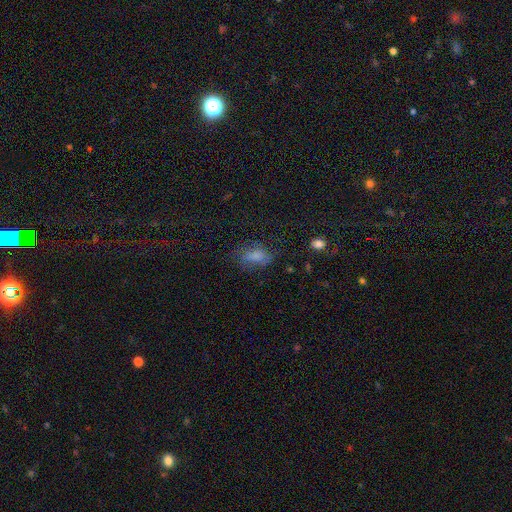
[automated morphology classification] Smooth or featured? Predicted: smooth (p=0.69). How rounded? Predicted: in between (p=0.84). Merging? Predicted: none (p=0.53).